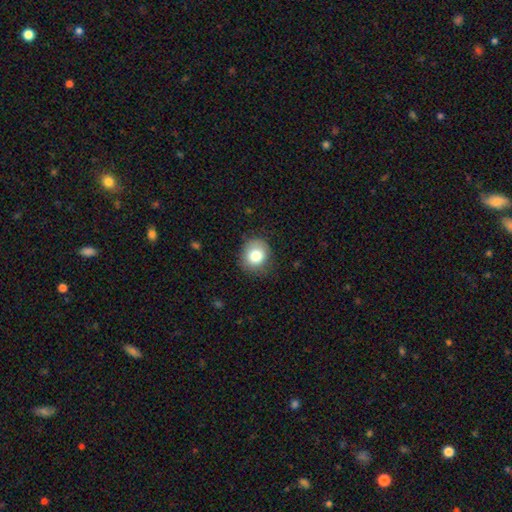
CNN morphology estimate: This appears to be a smooth galaxy with no disk features (80%) that is round (81%). Merging: none (79%).